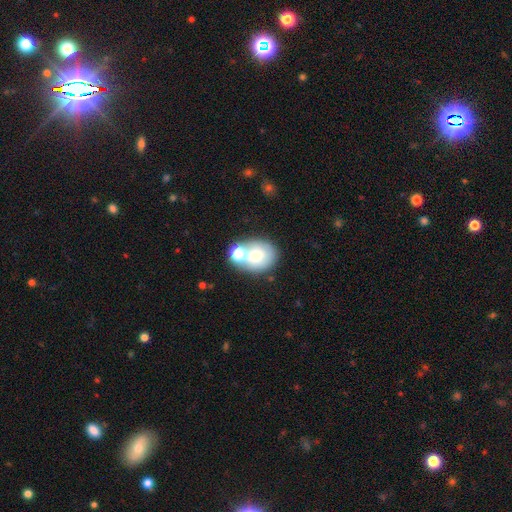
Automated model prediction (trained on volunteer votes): A smooth galaxy with no disk features (68%) that is round (53%). Merging: none (47%).